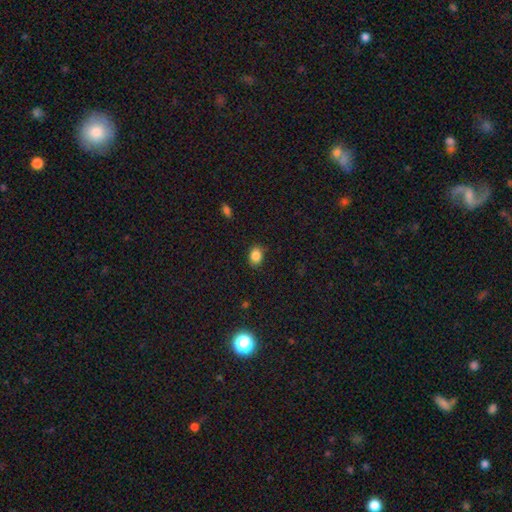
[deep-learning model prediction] Smooth or featured: smooth — 86% (star or artifact — 10%)
How rounded: in between — 67% (round — 32%)
Merging: none — 85% (minor disturbance — 11%)